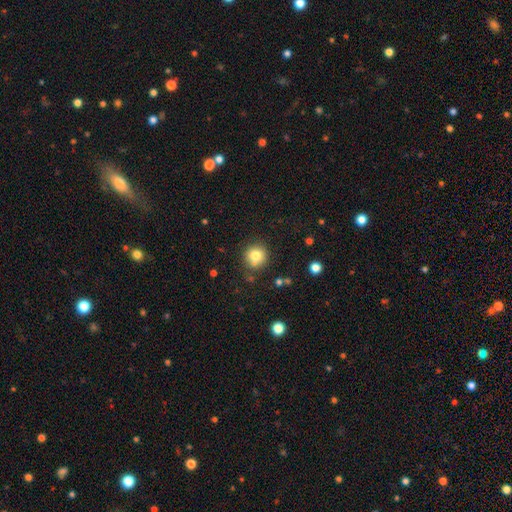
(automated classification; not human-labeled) This appears to be a smooth galaxy with no disk features (77%) that is round (92%). Merging: none (74%).